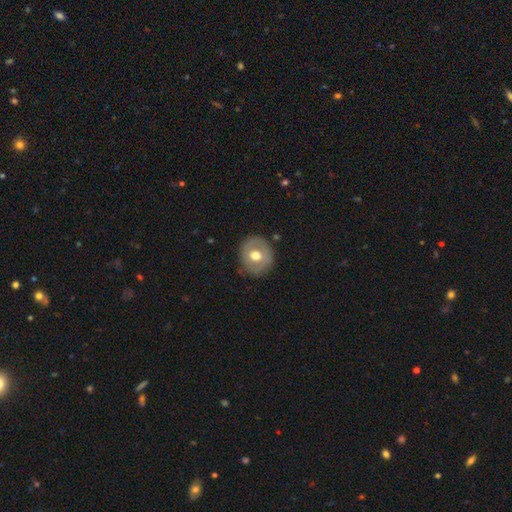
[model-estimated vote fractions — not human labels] Smooth or featured? smooth (55%)
How rounded? round (82%)
Merging? none (83%)